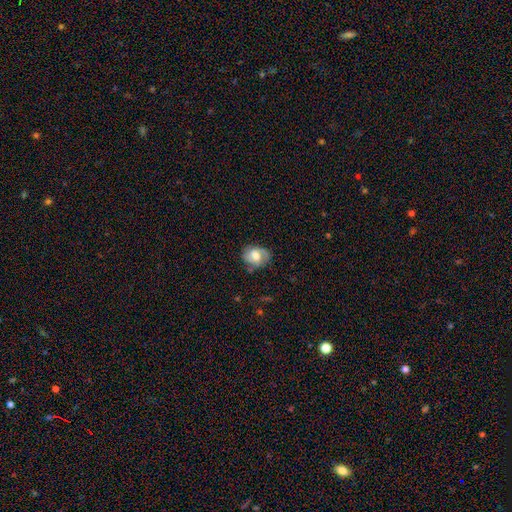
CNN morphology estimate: This is possibly a smooth galaxy (48%). Merging: likely none (62%).